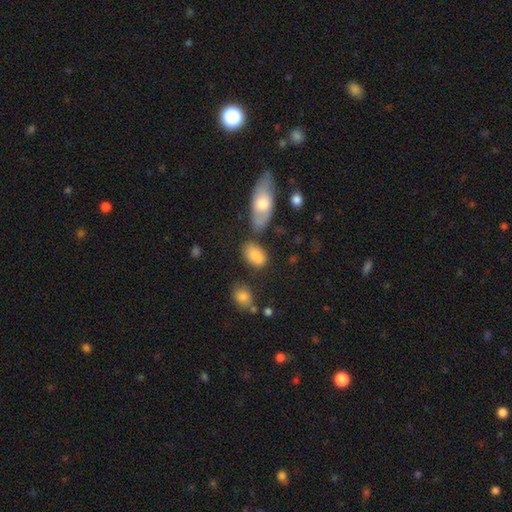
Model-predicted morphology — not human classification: This appears to be a smooth galaxy with no disk features (84%) that is in between round and cigar-shaped (90%). Merging: none (59%).